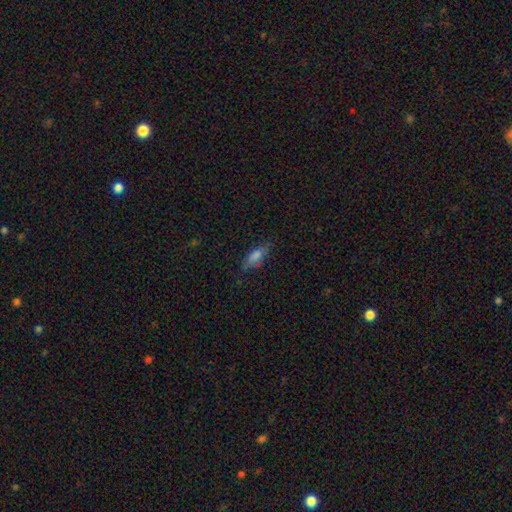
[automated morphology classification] This is likely a smooth galaxy (71%). How rounded: likely in between (65%). Merging: likely none (68%).